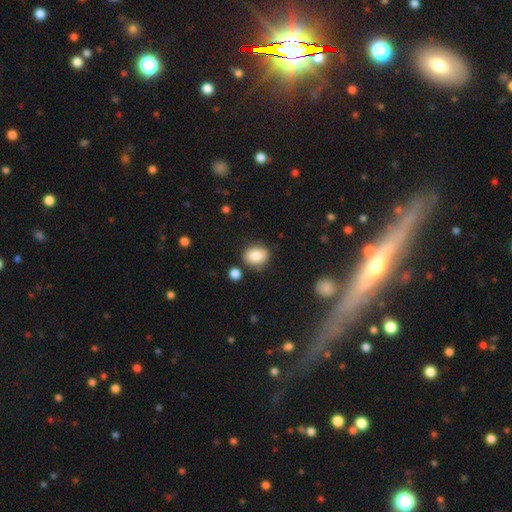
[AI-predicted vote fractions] Smooth or featured?
  - smooth: 84% *
  - star or artifact: 8%
  - featured or disk: 7%
How rounded?
  - round: 51% *
  - in between: 48%
  - cigar-shaped: 1%
Merging?
  - none: 77% *
  - minor disturbance: 14%
  - merger: 5%
  - major disturbance: 3%